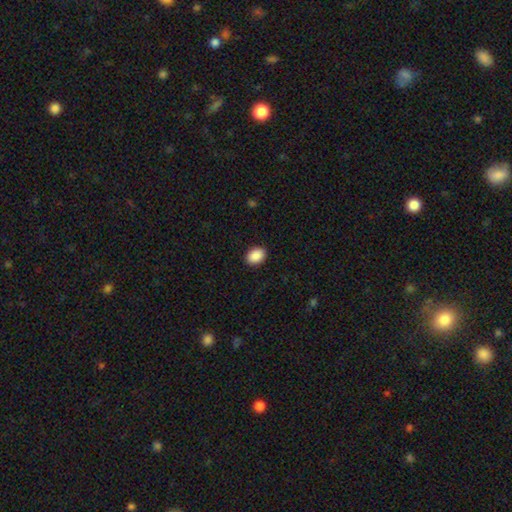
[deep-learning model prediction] smooth_or_featured: smooth (p=0.90) [alt: star or artifact p=0.07]
how_rounded: in between (p=0.73) [alt: round p=0.26]
merging: none (p=0.90) [alt: minor disturbance p=0.07]